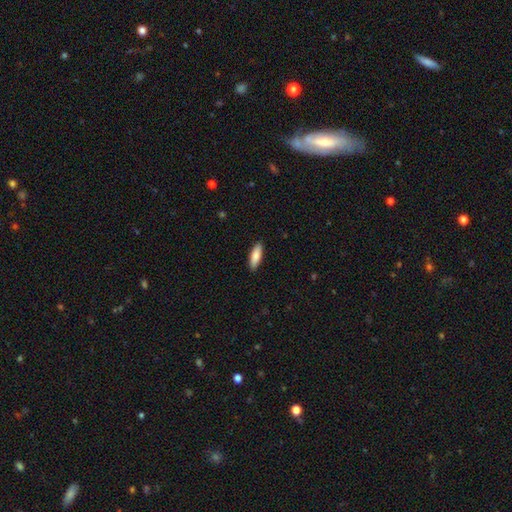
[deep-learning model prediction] A smooth galaxy with no disk features (81%) that is in between round and cigar-shaped (54%).

Vote fractions:
- Smooth or featured? smooth: 81% / featured or disk: 13% / star or artifact: 5%
- How rounded? in between: 54% / cigar-shaped: 45% / round: 2%
- Merging? none: 90% / minor disturbance: 8% / major disturbance: 2% / merger: 1%